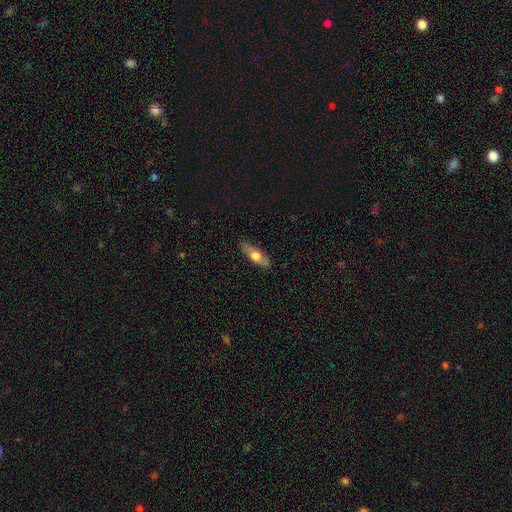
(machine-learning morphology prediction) Smooth or featured? smooth (58%)
How rounded? in between (56%)
Merging? none (83%)